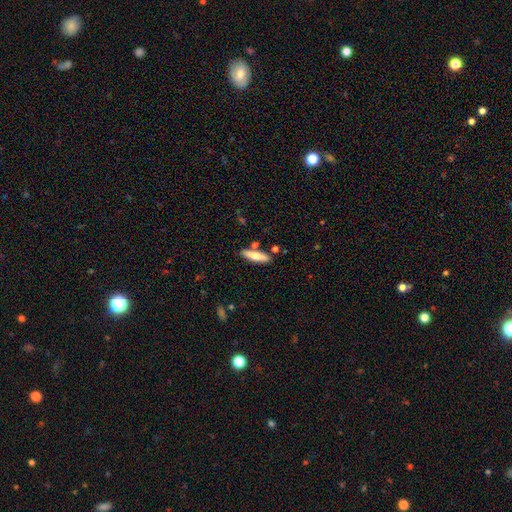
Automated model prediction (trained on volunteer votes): A smooth galaxy with no disk features (64%) that is cigar-shaped (70%).

Vote fractions:
- Smooth or featured? smooth: 64% / featured or disk: 30% / star or artifact: 6%
- How rounded? cigar-shaped: 70% / in between: 28% / round: 2%
- Merging? none: 81% / minor disturbance: 10% / merger: 6% / major disturbance: 2%